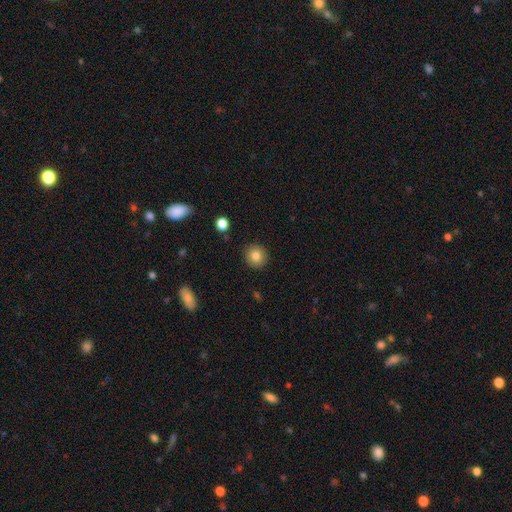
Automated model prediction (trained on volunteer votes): Smooth or featured? smooth (83%)
How rounded? round (90%)
Merging? none (90%)